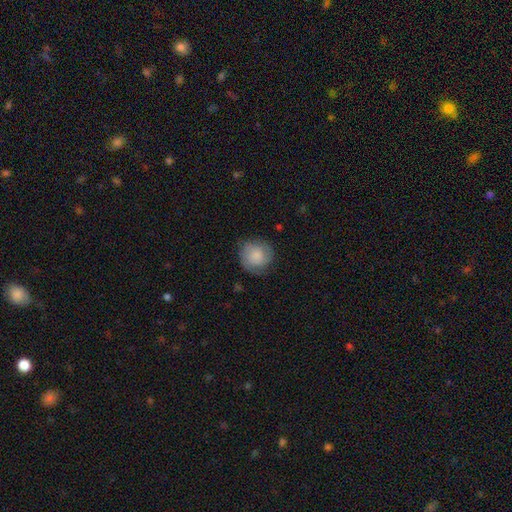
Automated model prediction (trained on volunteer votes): smooth-or-featured: smooth: 68% | featured or disk: 25% | star or artifact: 7%
  how-rounded: round: 89% | in between: 10% | cigar-shaped: 1%
  merging: none: 74% | minor disturbance: 19% | major disturbance: 6% | merger: 1%